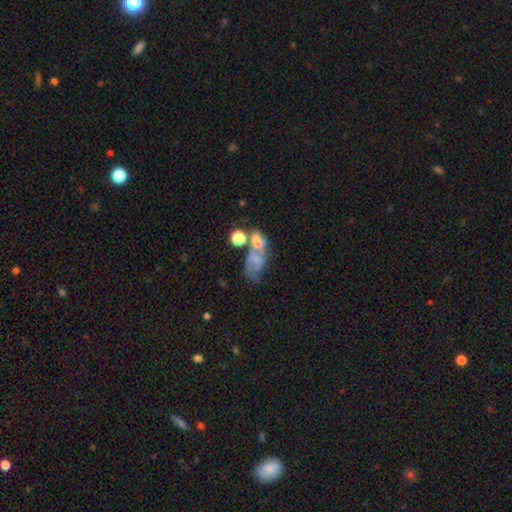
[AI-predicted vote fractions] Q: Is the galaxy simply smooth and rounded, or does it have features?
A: featured or disk — 43%.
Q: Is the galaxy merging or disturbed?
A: none — 33%.